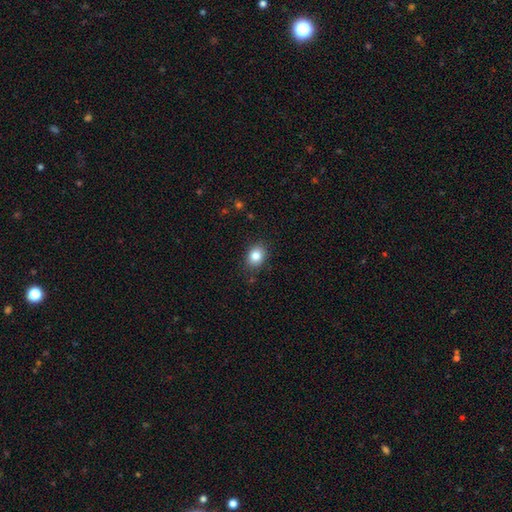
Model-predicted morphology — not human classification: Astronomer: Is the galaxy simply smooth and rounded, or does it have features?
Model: smooth — 85%.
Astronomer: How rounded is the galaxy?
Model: in between — 59% (runner-up: round, 40%).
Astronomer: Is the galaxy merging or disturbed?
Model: none — 85%.